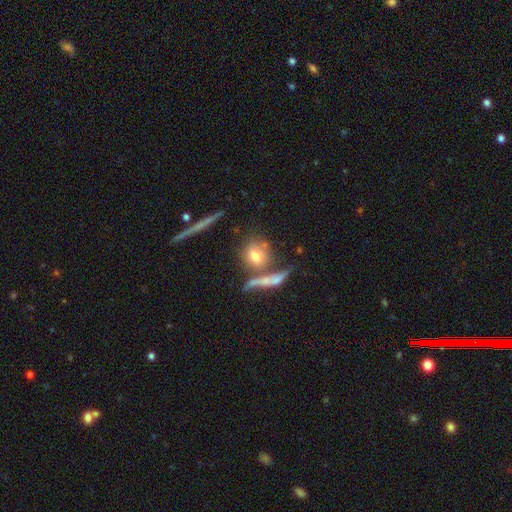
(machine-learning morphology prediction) Smooth or featured: smooth — 69% (featured or disk — 21%)
How rounded: round — 60% (in between — 31%)
Merging: none — 50% (merger — 29%)